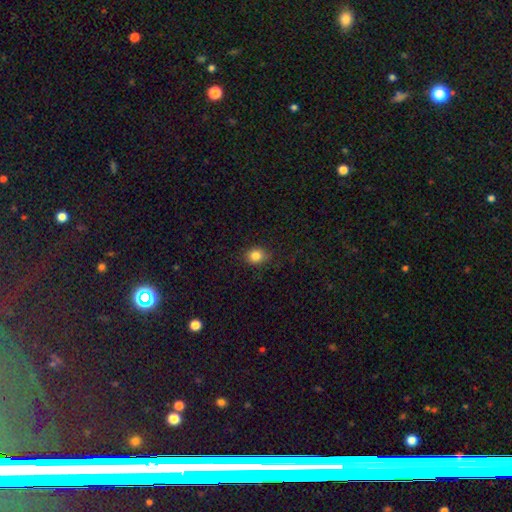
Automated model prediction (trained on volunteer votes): Q: Smooth or featured?
A: smooth (84%); runner-up: star or artifact (10%)
Q: How rounded?
A: round (57%); runner-up: in between (42%)
Q: Merging?
A: none (84%); runner-up: minor disturbance (12%)